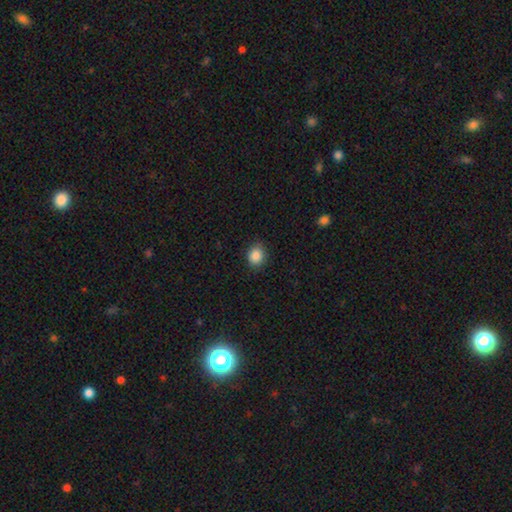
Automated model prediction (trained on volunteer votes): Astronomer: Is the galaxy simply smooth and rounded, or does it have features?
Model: smooth — 87%.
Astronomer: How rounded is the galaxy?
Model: round — 63%.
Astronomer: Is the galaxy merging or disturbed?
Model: none — 84%.